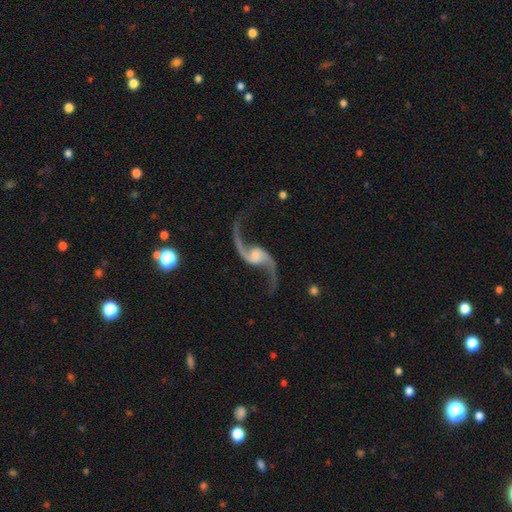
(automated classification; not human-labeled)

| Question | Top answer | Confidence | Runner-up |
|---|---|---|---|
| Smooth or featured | featured or disk | 93% | star or artifact (4%) |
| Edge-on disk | no | 97% | yes (3%) |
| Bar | no | 49% | weak (36%) |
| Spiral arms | yes | 98% | no (2%) |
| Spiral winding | loose | 92% | medium (6%) |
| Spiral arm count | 2 | 95% | 1 (2%) |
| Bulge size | none | 37% | small (24%) |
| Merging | none | 77% | minor disturbance (12%) |